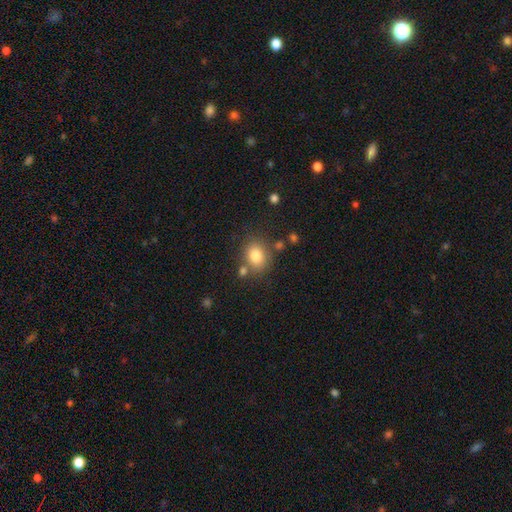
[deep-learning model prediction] A smooth galaxy with no disk features (83%) that is round (52%). Merging: none (72%).